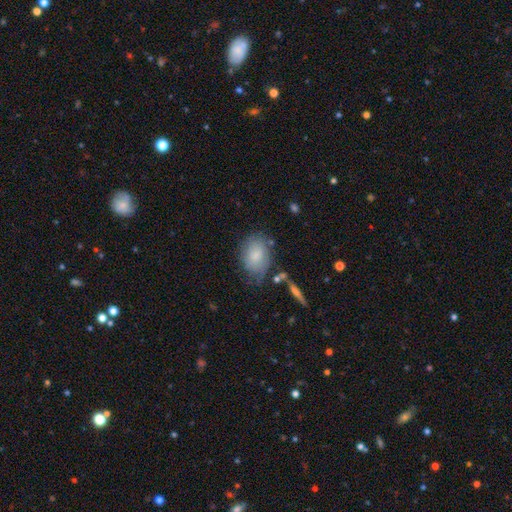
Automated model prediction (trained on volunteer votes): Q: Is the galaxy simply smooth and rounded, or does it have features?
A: smooth — 79%.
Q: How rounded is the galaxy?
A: in between — 76%.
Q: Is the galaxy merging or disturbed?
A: none — 65%.